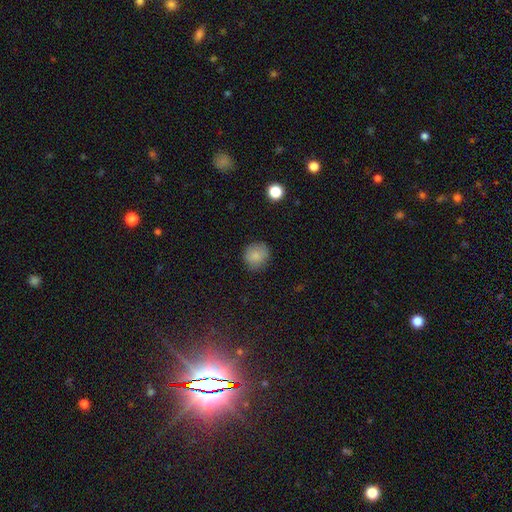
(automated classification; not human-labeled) This appears to be a smooth galaxy with no disk features (84%) that is round (88%). Merging: none (83%).